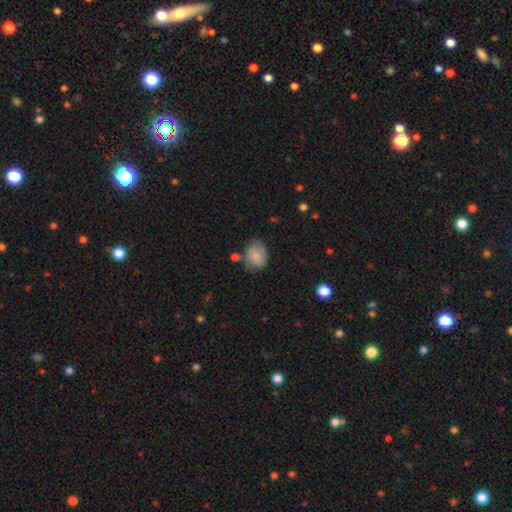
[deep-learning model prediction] This appears to be a smooth galaxy with no disk features (77%) that is in between round and cigar-shaped (64%). Merging: none (60%).